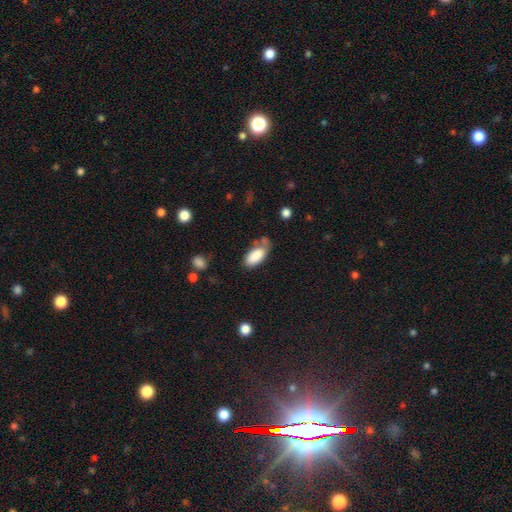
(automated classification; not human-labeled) Q: Smooth or featured?
A: smooth (86%); runner-up: featured or disk (7%)
Q: How rounded?
A: in between (92%); runner-up: cigar-shaped (6%)
Q: Merging?
A: none (53%); runner-up: minor disturbance (26%)